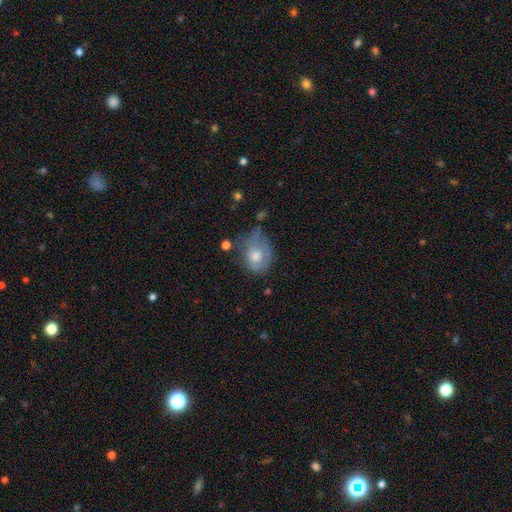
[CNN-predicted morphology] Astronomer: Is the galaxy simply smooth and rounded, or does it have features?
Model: featured or disk — 46% (runner-up: smooth, 45%).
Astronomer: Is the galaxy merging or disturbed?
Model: none — 38% (runner-up: minor disturbance, 34%).